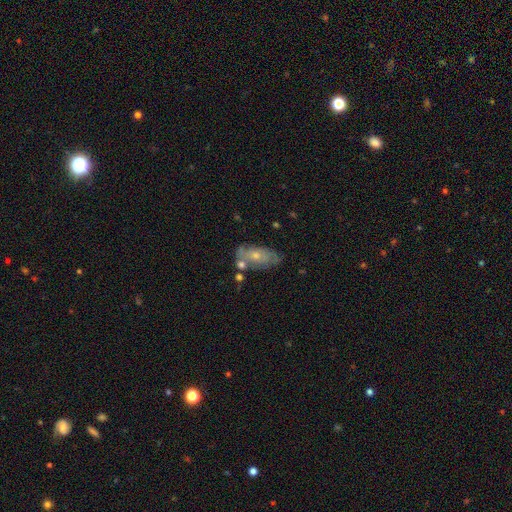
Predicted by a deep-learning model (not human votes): A featured or disk galaxy (52%).

Vote fractions:
- Smooth or featured? featured or disk: 52% / smooth: 40% / star or artifact: 8%
- Edge-on disk? no: 89% / yes: 11%
- Merging? none: 55% / minor disturbance: 23% / merger: 14% / major disturbance: 9%